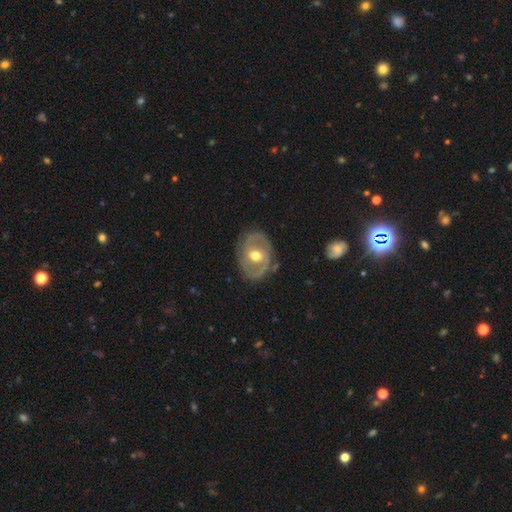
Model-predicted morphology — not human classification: featured or disk 78%, smooth 18%, star or artifact 5%. Down the decision tree: edge-on disk — no (96%); bar — no (47%); spiral arms — yes (75%); spiral arm count — 2 (81%); spiral winding — medium (42%); bulge size — moderate (79%); merging — none (79%).